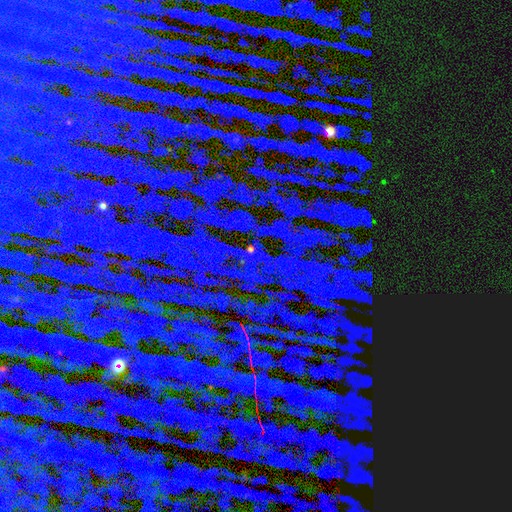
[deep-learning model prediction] Q: Smooth or featured?
A: star or artifact (88%); runner-up: featured or disk (6%)